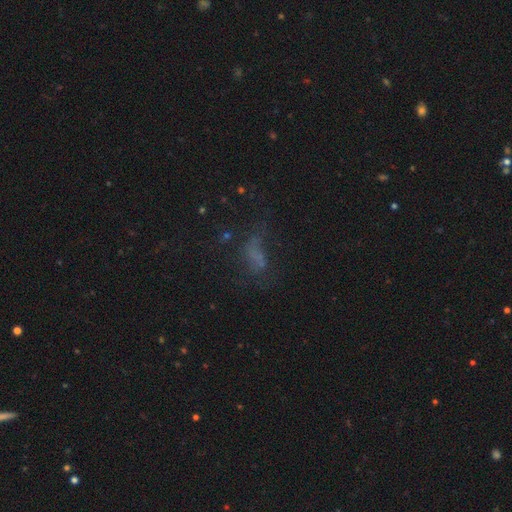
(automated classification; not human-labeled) Smooth or featured? Predicted: smooth (p=0.40). Merging? Predicted: none (p=0.39).